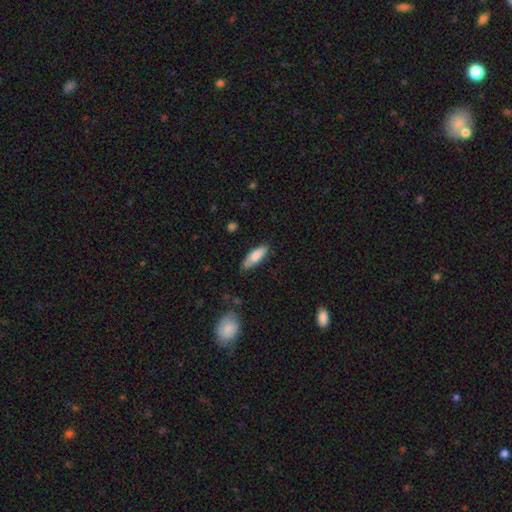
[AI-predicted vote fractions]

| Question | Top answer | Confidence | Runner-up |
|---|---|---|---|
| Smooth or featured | smooth | 80% | featured or disk (14%) |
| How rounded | in between | 66% | cigar-shaped (32%) |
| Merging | none | 70% | minor disturbance (23%) |